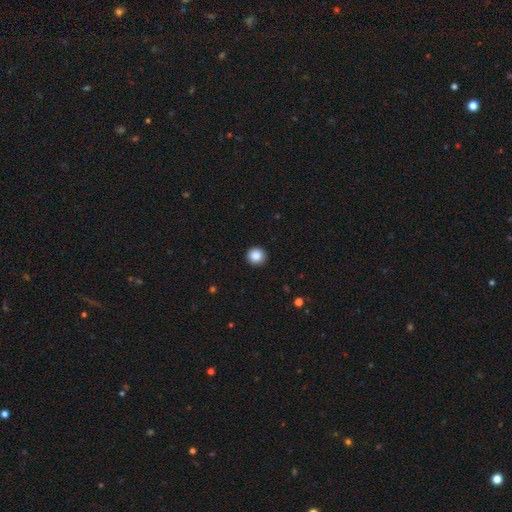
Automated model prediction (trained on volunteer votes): Smooth or featured?
  - smooth: 87% *
  - star or artifact: 9%
  - featured or disk: 3%
How rounded?
  - round: 94% *
  - in between: 5%
  - cigar-shaped: 1%
Merging?
  - none: 92% *
  - minor disturbance: 5%
  - major disturbance: 2%
  - merger: 1%